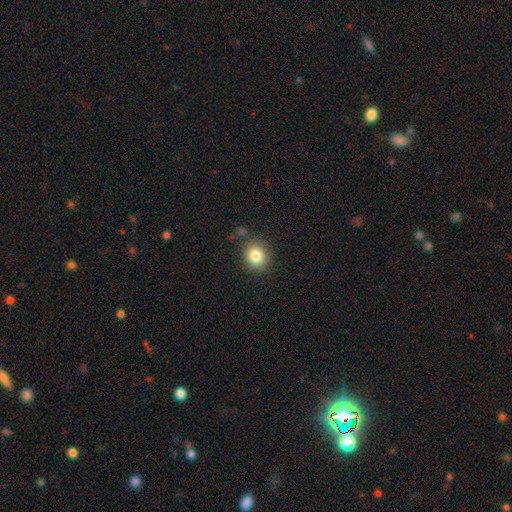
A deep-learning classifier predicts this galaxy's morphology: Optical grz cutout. It shows a smooth galaxy with no disk features (83%) that is round (81%). Merging: none (80%).